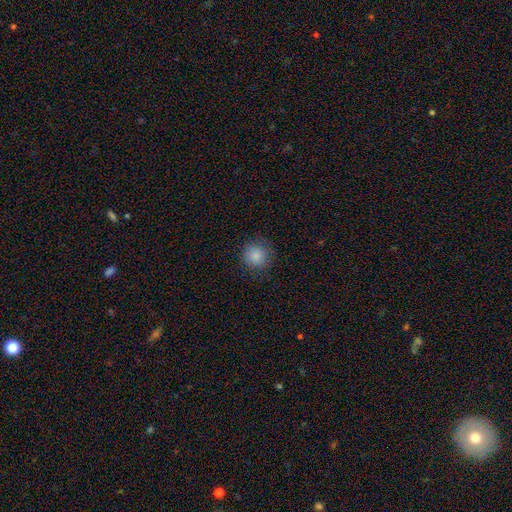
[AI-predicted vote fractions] The model was most divided on "merging": none: 85%, minor disturbance: 11%, major disturbance: 4%, merger: 1%. More confident: how rounded — round (92%); smooth or featured — smooth (86%).